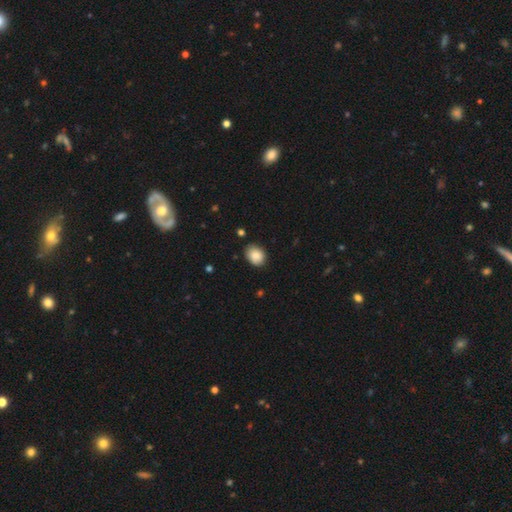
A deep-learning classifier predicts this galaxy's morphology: Smooth or featured?
  - smooth: 86% *
  - star or artifact: 8%
  - featured or disk: 6%
How rounded?
  - in between: 60% *
  - round: 39%
  - cigar-shaped: 1%
Merging?
  - none: 80% *
  - minor disturbance: 16%
  - major disturbance: 3%
  - merger: 2%